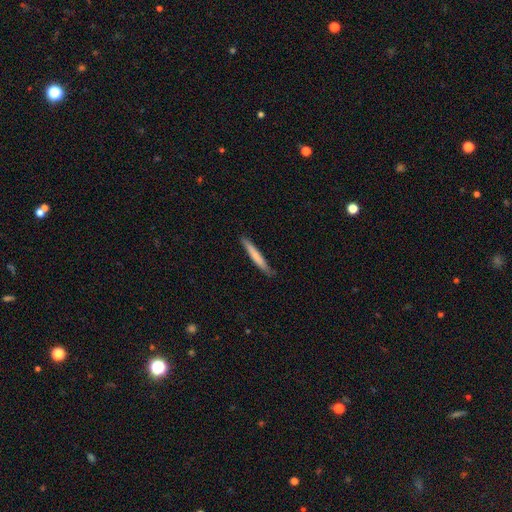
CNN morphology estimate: Smooth or featured?
  - smooth: 71% *
  - featured or disk: 24%
  - star or artifact: 5%
How rounded?
  - cigar-shaped: 95% *
  - in between: 3%
  - round: 1%
Merging?
  - none: 84% *
  - minor disturbance: 13%
  - major disturbance: 2%
  - merger: 1%